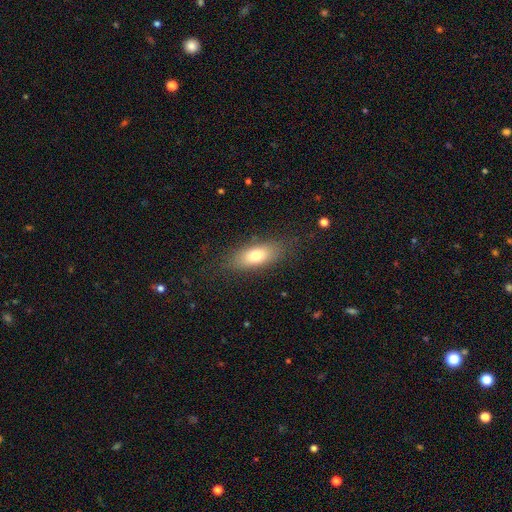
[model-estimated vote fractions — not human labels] The model was most divided on "smooth or featured": smooth: 75%, featured or disk: 17%, star or artifact: 8%. More confident: merging — none (81%); how rounded — in between (79%).